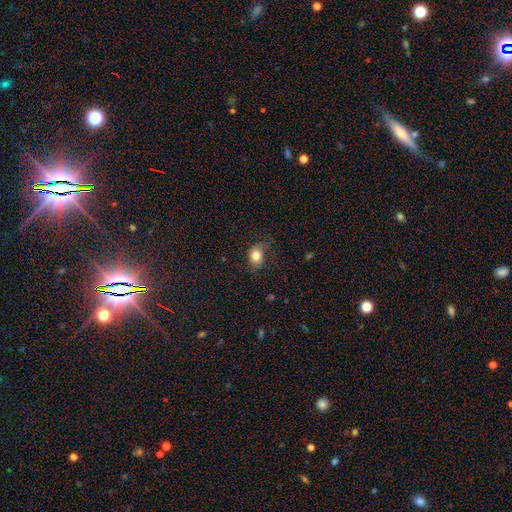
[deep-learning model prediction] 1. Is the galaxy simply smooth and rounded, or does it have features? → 82% smooth, 11% star or artifact, 8% featured or disk.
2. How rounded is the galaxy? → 54% round, 45% in between, 1% cigar-shaped.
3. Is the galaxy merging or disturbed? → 65% none, 23% minor disturbance, 11% major disturbance, 1% merger.